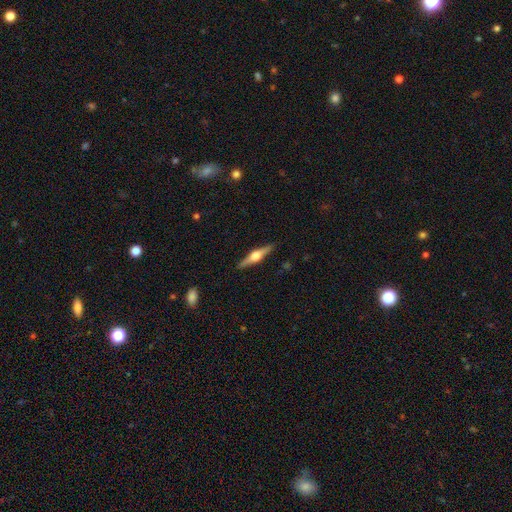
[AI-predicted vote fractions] A featured or disk galaxy (75%) viewed edge-on (98%) with a rounded central bulge (94%). Merging: none (91%).